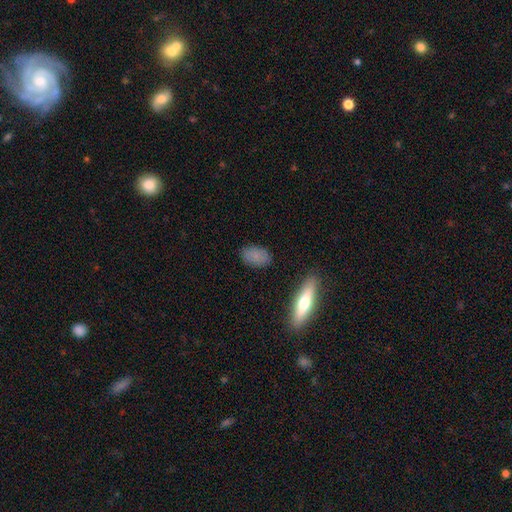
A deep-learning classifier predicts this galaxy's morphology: smooth-or-featured: smooth: 83% | star or artifact: 9% | featured or disk: 8%
  how-rounded: in between: 88% | round: 8% | cigar-shaped: 4%
  merging: none: 83% | minor disturbance: 12% | major disturbance: 3% | merger: 2%